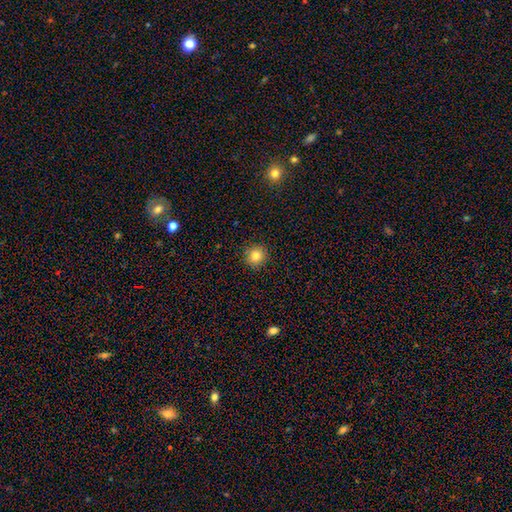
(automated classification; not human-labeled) smooth 82%, star or artifact 12%, featured or disk 7%. Down the decision tree: how rounded — round (94%); merging — none (92%).